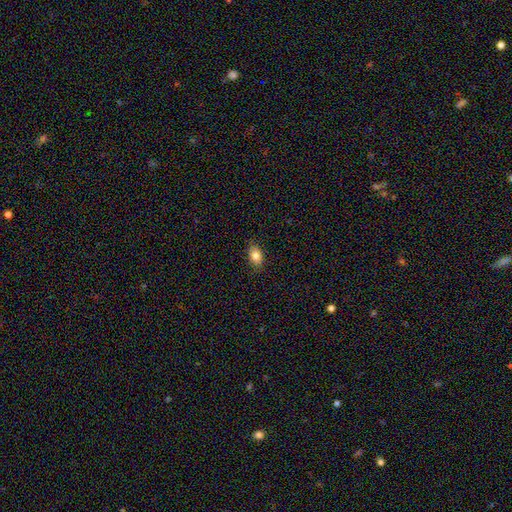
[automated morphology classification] A smooth galaxy with no disk features (83%) that is in between round and cigar-shaped (87%).

Vote fractions:
- Smooth or featured? smooth: 83% / star or artifact: 8% / featured or disk: 8%
- How rounded? in between: 87% / round: 12% / cigar-shaped: 2%
- Merging? none: 85% / minor disturbance: 12% / major disturbance: 2% / merger: 1%